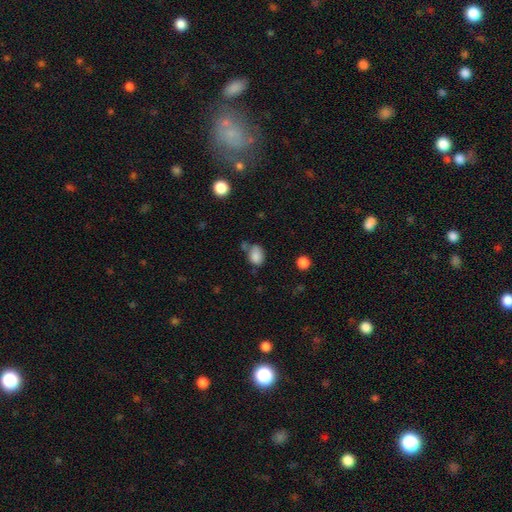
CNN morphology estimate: smooth_or_featured: smooth (p=0.83) [alt: star or artifact p=0.10]
how_rounded: in between (p=0.72) [alt: round p=0.27]
merging: none (p=0.52) [alt: minor disturbance p=0.24]